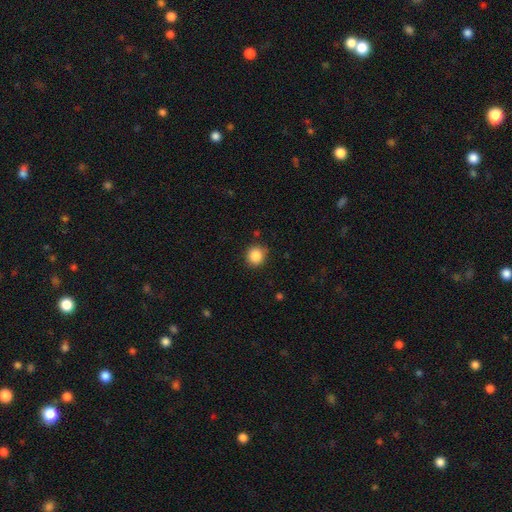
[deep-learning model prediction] This appears to be a smooth galaxy with no disk features (87%) that is round (89%). Merging: none (86%).